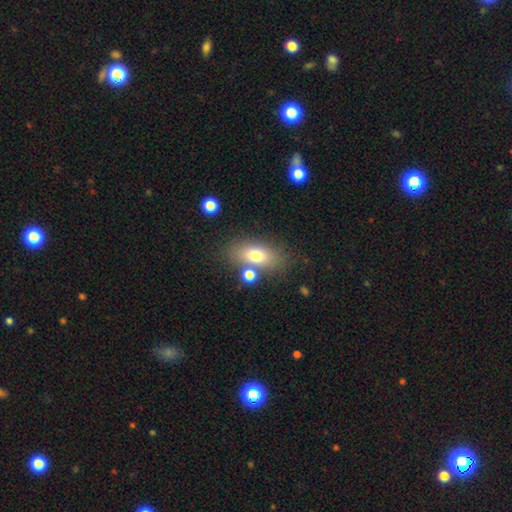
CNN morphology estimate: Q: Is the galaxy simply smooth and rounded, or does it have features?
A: smooth — 73%.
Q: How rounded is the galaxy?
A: in between — 84%.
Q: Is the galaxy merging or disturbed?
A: none — 67%.